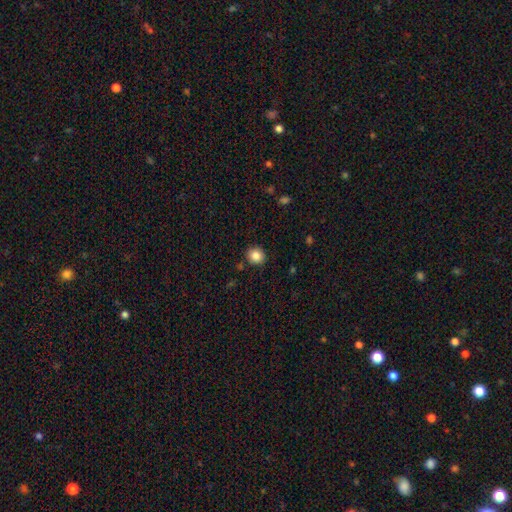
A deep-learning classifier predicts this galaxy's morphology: This is clearly a smooth galaxy (85%). How rounded: clearly round (81%). Merging: clearly none (88%).